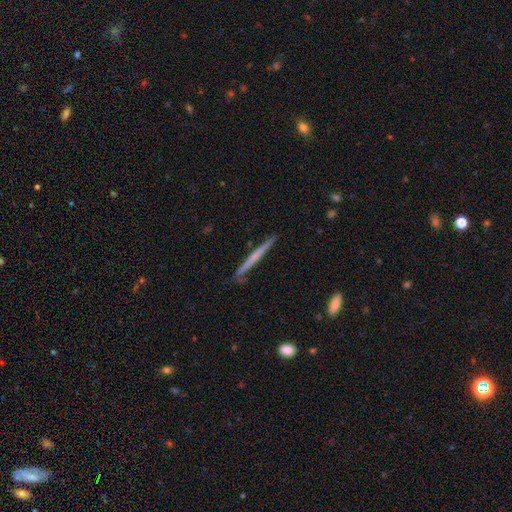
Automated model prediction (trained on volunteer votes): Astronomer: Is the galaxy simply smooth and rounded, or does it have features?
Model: featured or disk — 56% (runner-up: smooth, 39%).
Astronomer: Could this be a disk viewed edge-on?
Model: yes — 97%.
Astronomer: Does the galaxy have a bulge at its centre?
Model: none — 72%.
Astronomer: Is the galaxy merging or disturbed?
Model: none — 88%.